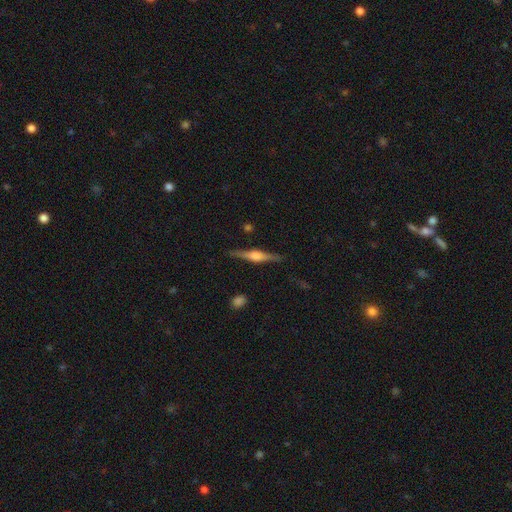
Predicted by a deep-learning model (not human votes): smooth-or-featured: featured or disk: 76% | smooth: 18% | star or artifact: 6%
  disk-edge-on: yes: 98% | no: 2%
    edge-on-bulge: rounded: 75% | boxy: 21% | none: 4%
  merging: none: 88% | minor disturbance: 9% | major disturbance: 2% | merger: 1%